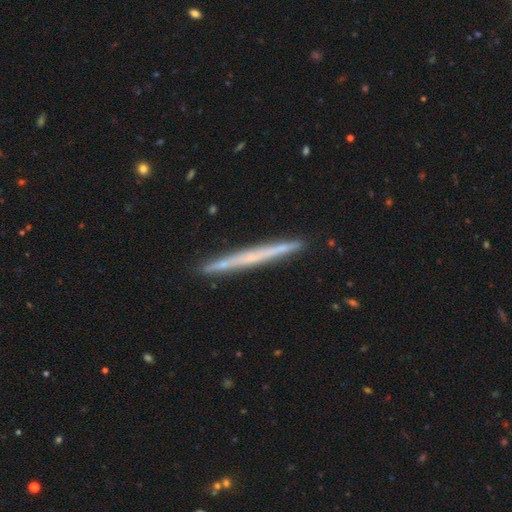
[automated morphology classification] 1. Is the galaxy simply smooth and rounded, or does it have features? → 53% featured or disk, 41% smooth, 6% star or artifact.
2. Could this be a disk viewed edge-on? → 97% yes, 3% no.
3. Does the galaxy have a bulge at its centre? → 89% none, 9% rounded, 3% boxy.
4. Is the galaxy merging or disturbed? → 91% none, 7% minor disturbance, 1% merger, 1% major disturbance.